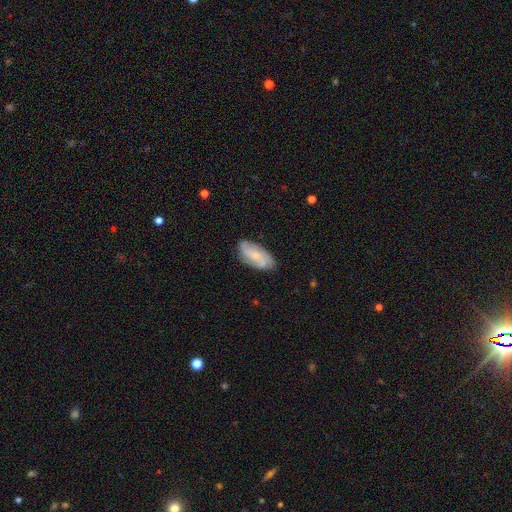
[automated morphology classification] This is possibly a featured or disk galaxy (55%). It is clearly not viewed edge-on (93%). Bar: likely no (62%). Spiral arm pattern: clearly yes (86%). Central bulge: possibly small (58%). Merging: likely none (75%).